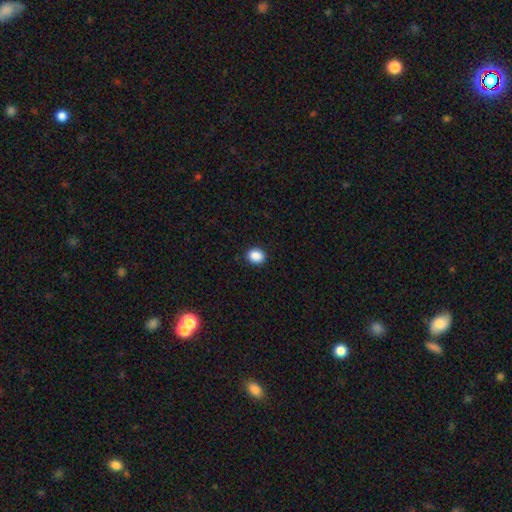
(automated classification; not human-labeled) Smooth or featured: smooth — 89% (star or artifact — 9%)
How rounded: round — 52% (in between — 47%)
Merging: none — 90% (minor disturbance — 7%)